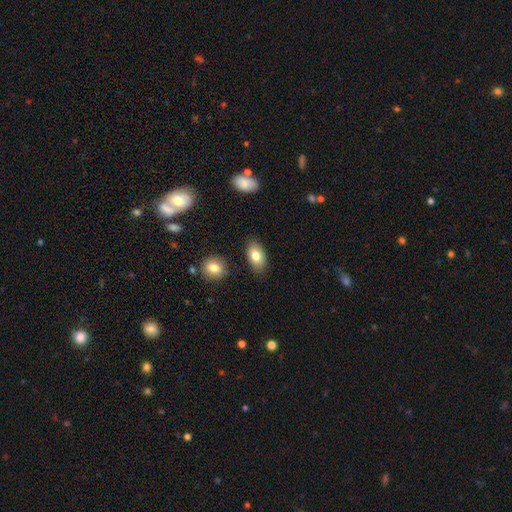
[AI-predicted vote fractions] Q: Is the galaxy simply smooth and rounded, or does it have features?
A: smooth — 81%.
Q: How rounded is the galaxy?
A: in between — 91%.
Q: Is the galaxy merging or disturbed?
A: none — 83%.